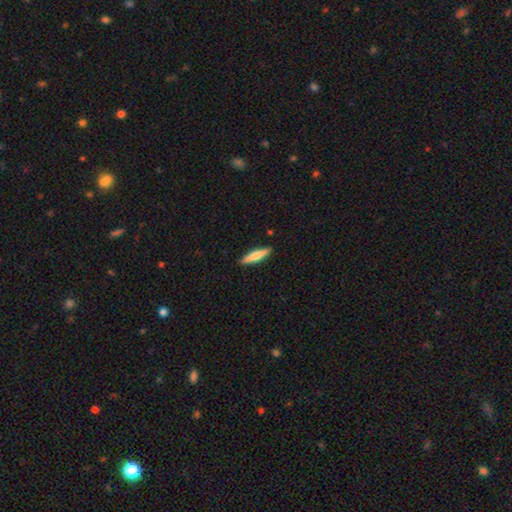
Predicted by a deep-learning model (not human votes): Morphology: type=smooth (69%); roundness=cigar-shaped (82%); merging=none (90%).